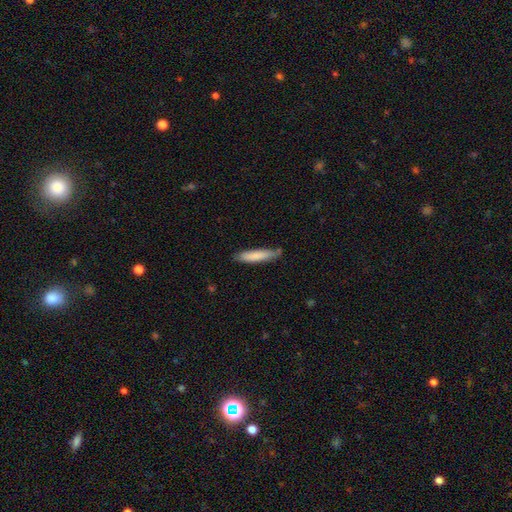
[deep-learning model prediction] smooth_or_featured: smooth (p=0.80) [alt: featured or disk p=0.15]
how_rounded: cigar-shaped (p=0.87) [alt: in between p=0.12]
merging: none (p=0.79) [alt: minor disturbance p=0.16]